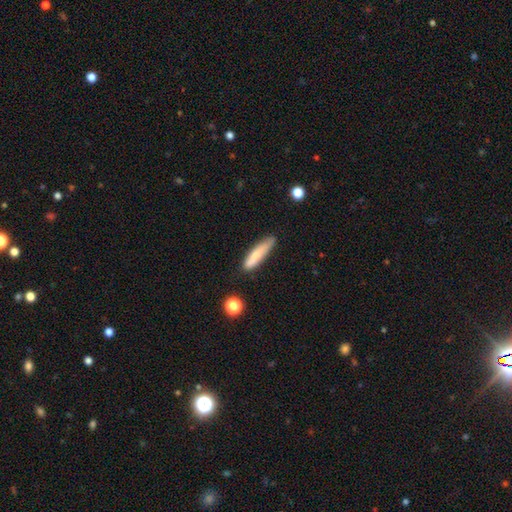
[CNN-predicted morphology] Smooth or featured: smooth — 78% (featured or disk — 15%)
How rounded: cigar-shaped — 82% (in between — 16%)
Merging: none — 68% (minor disturbance — 24%)